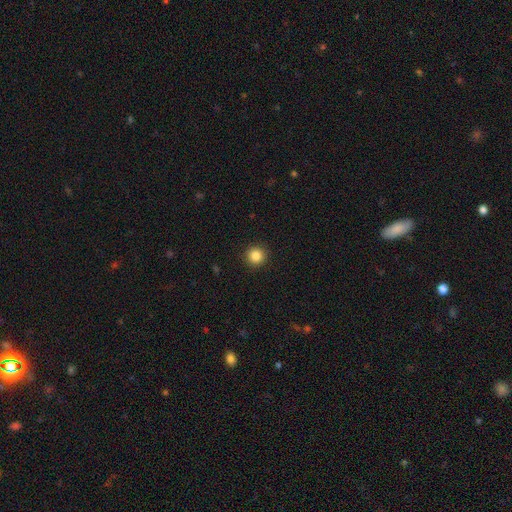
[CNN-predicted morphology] smooth 85%, star or artifact 11%, featured or disk 4%. Down the decision tree: how rounded — round (95%); merging — none (93%).